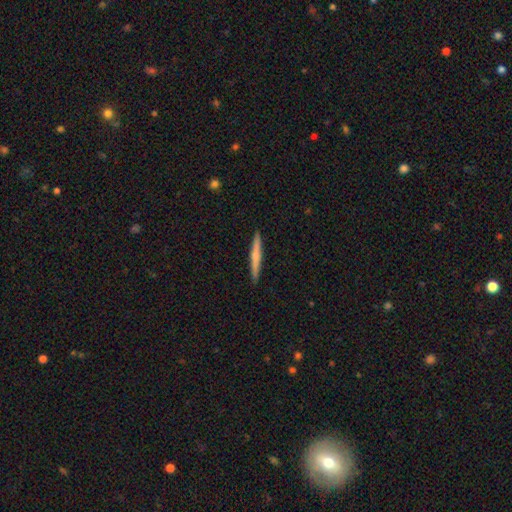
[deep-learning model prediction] A smooth galaxy with no disk features (49%).

Vote fractions:
- Smooth or featured? smooth: 49% / featured or disk: 46% / star or artifact: 6%
- Merging? none: 92% / minor disturbance: 6% / major disturbance: 1% / merger: 1%